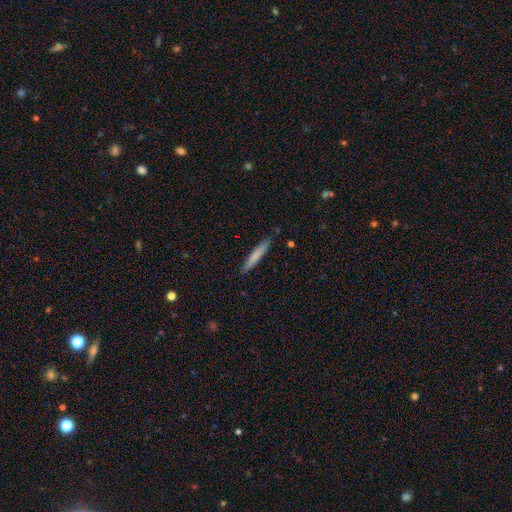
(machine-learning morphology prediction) Q: Smooth or featured?
A: smooth (73%); runner-up: featured or disk (21%)
Q: How rounded?
A: cigar-shaped (95%); runner-up: in between (4%)
Q: Merging?
A: none (90%); runner-up: minor disturbance (8%)